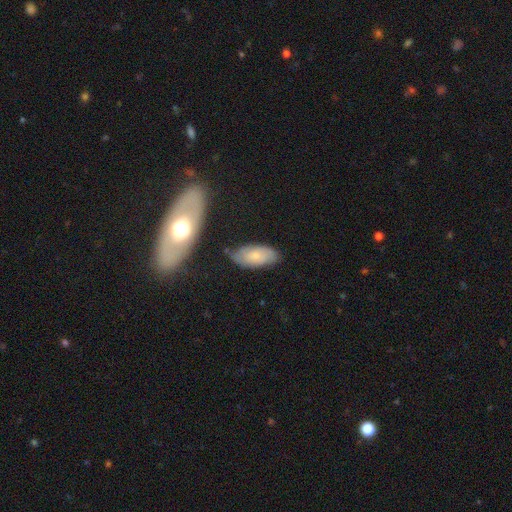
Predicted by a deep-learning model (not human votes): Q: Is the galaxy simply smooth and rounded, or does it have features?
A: smooth — 55%.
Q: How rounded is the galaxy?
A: in between — 91%.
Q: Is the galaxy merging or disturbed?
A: none — 72%.